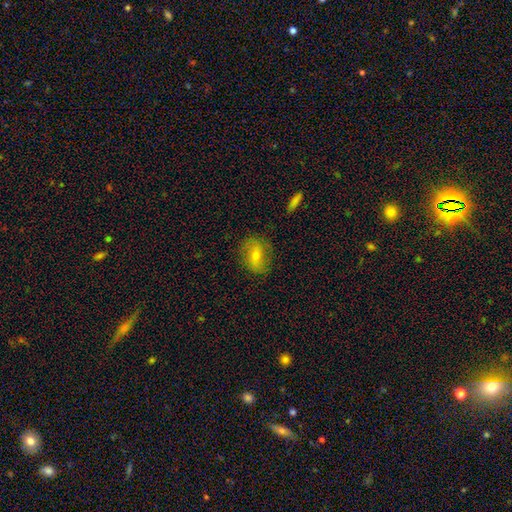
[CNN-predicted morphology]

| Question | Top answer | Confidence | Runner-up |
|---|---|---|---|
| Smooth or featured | smooth | 56% | featured or disk (34%) |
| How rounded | in between | 71% | round (25%) |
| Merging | none | 79% | minor disturbance (15%) |